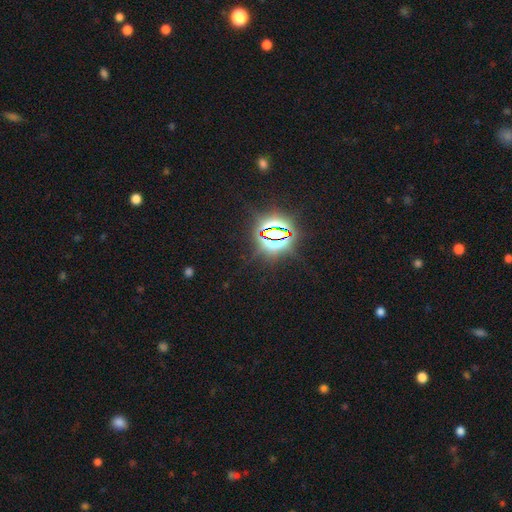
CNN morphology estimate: smooth_or_featured: star or artifact (p=0.86) [alt: smooth p=0.08]